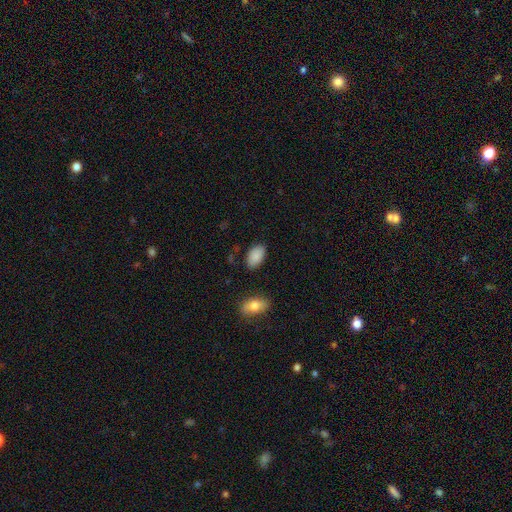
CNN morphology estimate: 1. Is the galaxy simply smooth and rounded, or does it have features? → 88% smooth, 7% star or artifact, 5% featured or disk.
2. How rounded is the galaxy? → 94% in between, 5% round, 2% cigar-shaped.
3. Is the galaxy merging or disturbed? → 82% none, 13% minor disturbance, 3% major disturbance, 2% merger.